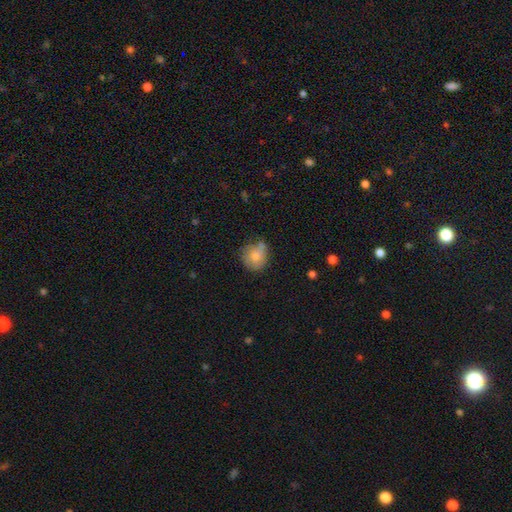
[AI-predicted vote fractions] Q: Smooth or featured?
A: smooth (77%); runner-up: featured or disk (15%)
Q: How rounded?
A: round (81%); runner-up: in between (18%)
Q: Merging?
A: none (57%); runner-up: minor disturbance (25%)